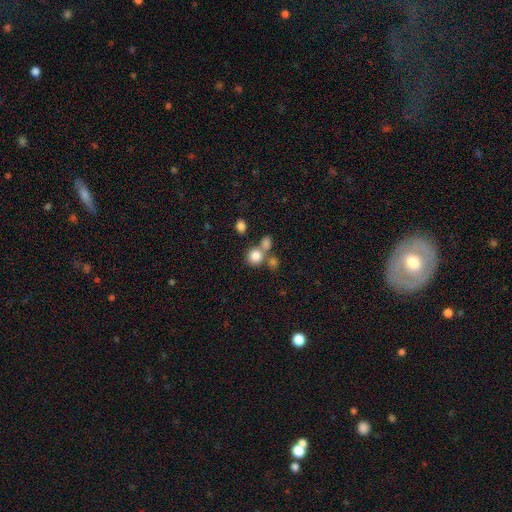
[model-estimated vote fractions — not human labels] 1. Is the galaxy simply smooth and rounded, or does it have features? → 81% smooth, 11% star or artifact, 8% featured or disk.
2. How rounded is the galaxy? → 83% round, 16% in between, 1% cigar-shaped.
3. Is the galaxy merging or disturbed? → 52% none, 34% merger, 9% minor disturbance, 4% major disturbance.